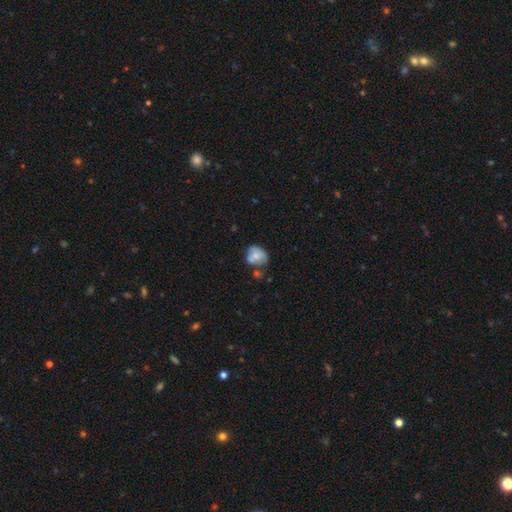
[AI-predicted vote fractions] The model was most divided on "how rounded": round: 53%, in between: 46%, cigar-shaped: 1%. Remaining: smooth or featured — smooth (65%); merging — none (44%).